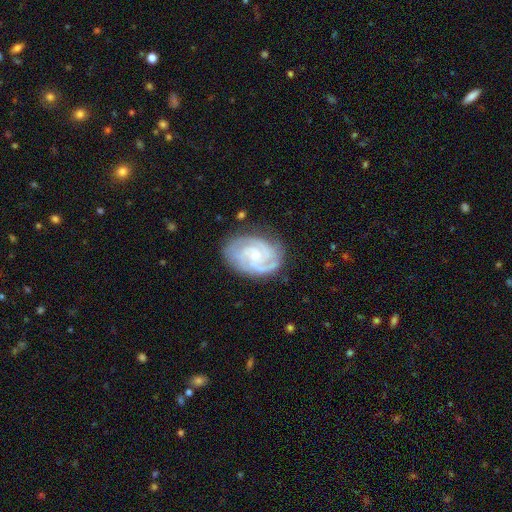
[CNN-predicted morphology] featured or disk 91%, smooth 5%, star or artifact 4%. Down the decision tree: edge-on disk — no (98%); bar — no (67%); spiral arms — yes (98%); spiral arm count — 3 (49%); spiral winding — tight (67%); bulge size — small (72%); merging — none (79%).